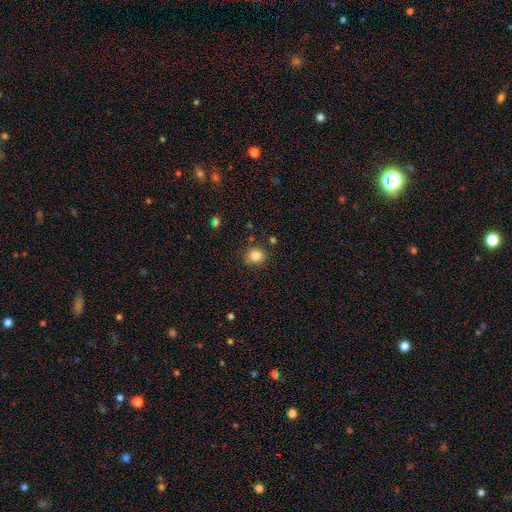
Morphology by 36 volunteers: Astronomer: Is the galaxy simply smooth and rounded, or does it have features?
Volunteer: smooth — 89%.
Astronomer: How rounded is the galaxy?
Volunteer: round — 88%.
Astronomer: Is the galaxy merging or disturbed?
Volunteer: none — 88%.